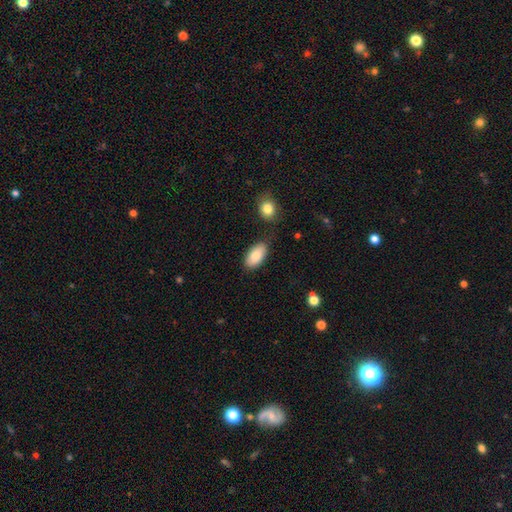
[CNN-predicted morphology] Smooth or featured? Predicted: smooth (p=0.85). How rounded? Predicted: in between (p=0.93). Merging? Predicted: none (p=0.78).